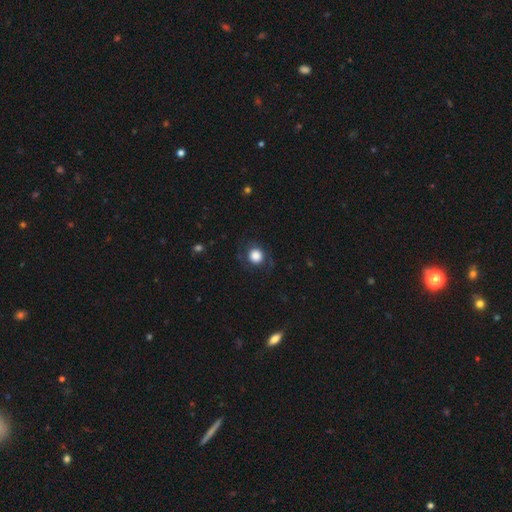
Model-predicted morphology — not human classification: This appears to be a smooth galaxy with no disk features (80%) that is round (89%). Merging: none (79%).